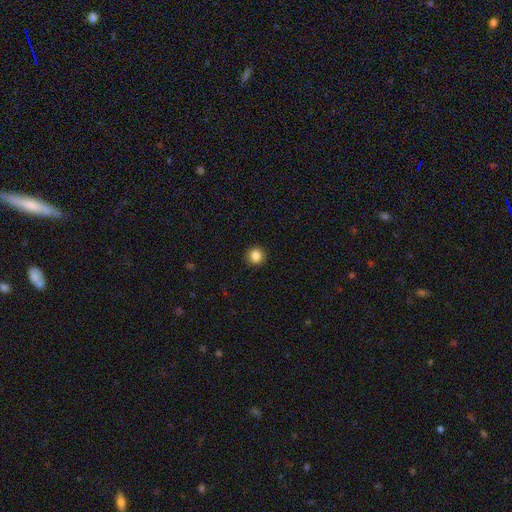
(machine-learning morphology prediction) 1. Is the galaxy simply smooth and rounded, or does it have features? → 85% smooth, 10% star or artifact, 4% featured or disk.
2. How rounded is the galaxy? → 93% round, 6% in between, 1% cigar-shaped.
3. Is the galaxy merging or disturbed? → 93% none, 5% minor disturbance, 2% major disturbance, 1% merger.